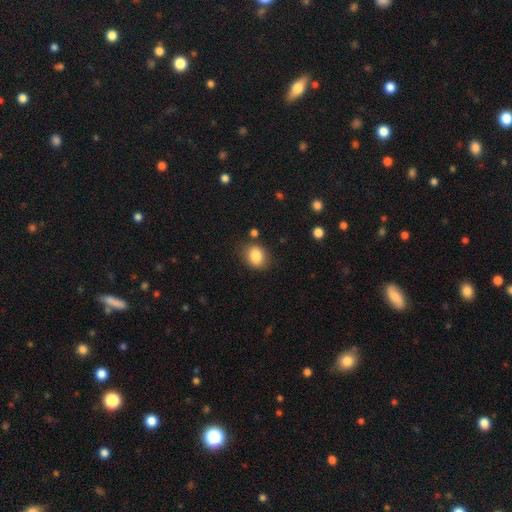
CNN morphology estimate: smooth_or_featured: smooth (p=0.86) [alt: star or artifact p=0.09]
how_rounded: in between (p=0.52) [alt: round p=0.47]
merging: none (p=0.79) [alt: minor disturbance p=0.14]